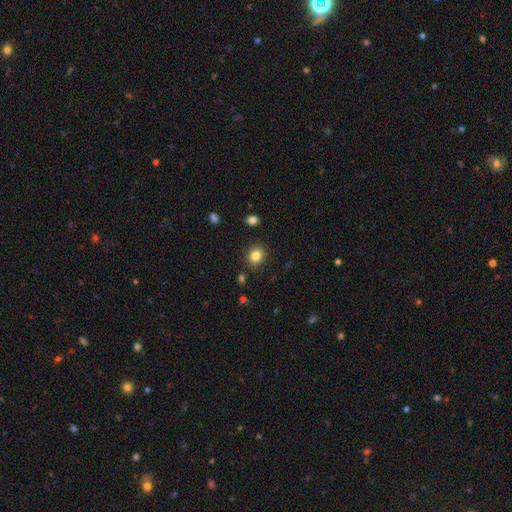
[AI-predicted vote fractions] Q: Smooth or featured?
A: smooth (84%); runner-up: star or artifact (10%)
Q: How rounded?
A: round (61%); runner-up: in between (39%)
Q: Merging?
A: none (87%); runner-up: minor disturbance (9%)